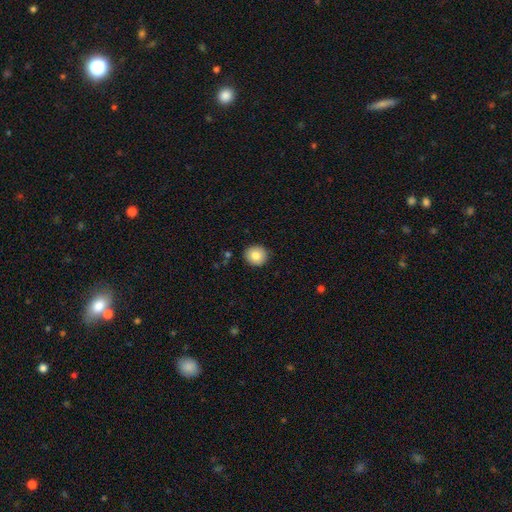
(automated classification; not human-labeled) smooth_or_featured: smooth (p=0.81) [alt: featured or disk p=0.11]
how_rounded: round (p=0.87) [alt: in between p=0.12]
merging: none (p=0.90) [alt: minor disturbance p=0.07]